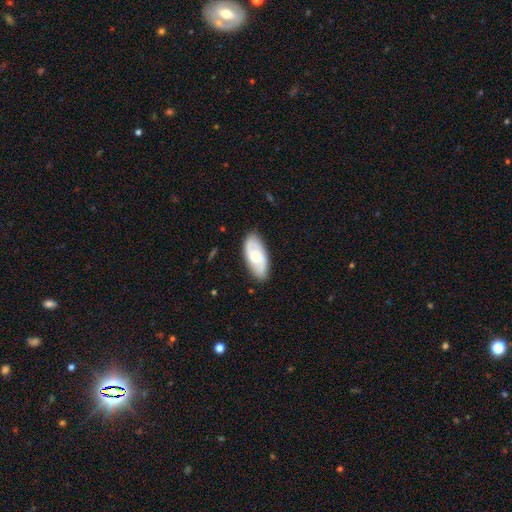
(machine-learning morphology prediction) Smooth or featured?
  - featured or disk: 56% *
  - smooth: 38%
  - star or artifact: 6%
Edge-on disk?
  - no: 93% *
  - yes: 7%
Bar?
  - no: 57% *
  - weak: 37%
  - strong: 6%
Spiral arms?
  - yes: 91% *
  - no: 9%
Bulge size?
  - small: 45% *
  - moderate: 39%
  - none: 9%
  - large: 6%
  - dominant: 1%
Merging?
  - none: 83% *
  - minor disturbance: 13%
  - major disturbance: 3%
  - merger: 1%